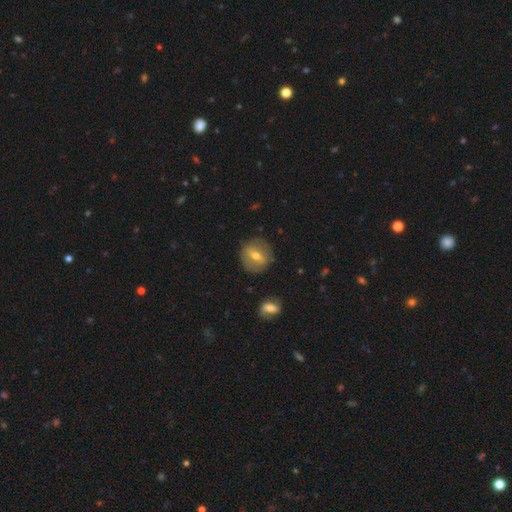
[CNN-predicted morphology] Overall: smooth (50%; featured or disk 42%). How rounded: round (78%). Merging: none (83%).